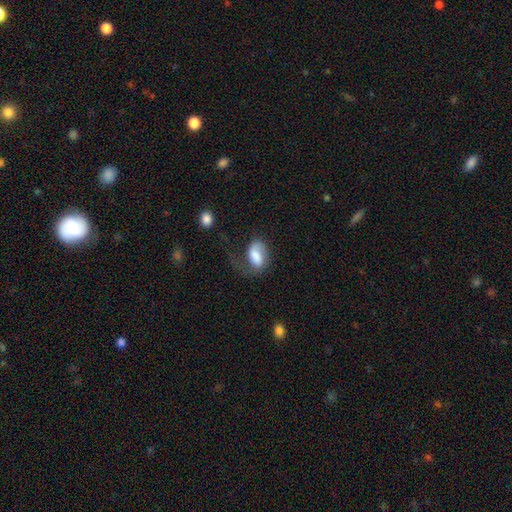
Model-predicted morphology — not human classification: The model was most divided on "merging": major disturbance: 40%, none: 32%, minor disturbance: 24%, merger: 3%. More confident: how rounded — in between (87%); smooth or featured — smooth (60%).